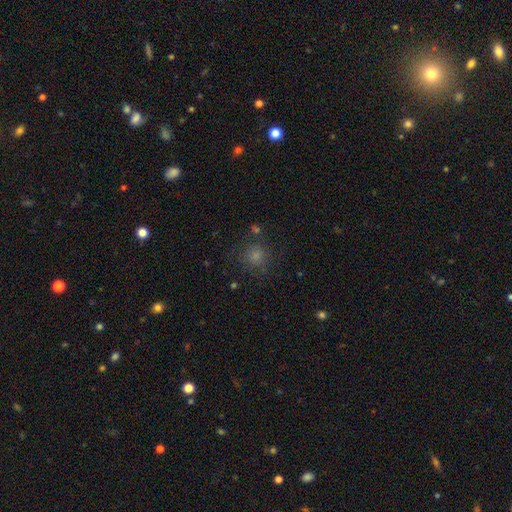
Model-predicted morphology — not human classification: A smooth galaxy with no disk features (76%) that is round (89%). Merging: none (76%).